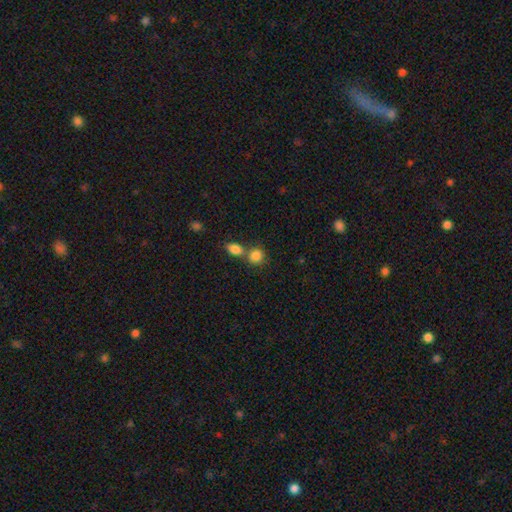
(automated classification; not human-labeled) Smooth or featured? smooth (85%)
How rounded? round (71%)
Merging? none (46%)